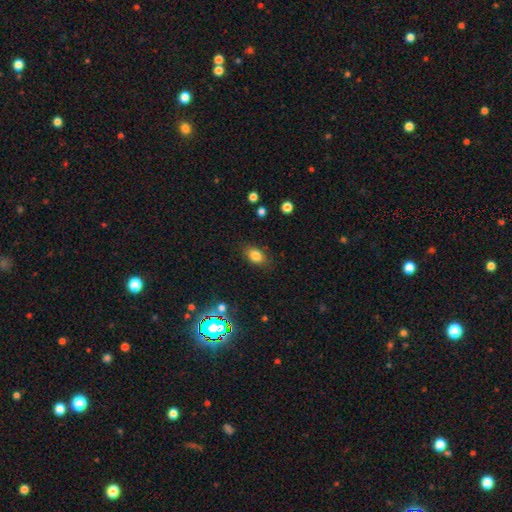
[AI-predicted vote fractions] A smooth galaxy with no disk features (80%) that is in between round and cigar-shaped (76%). Merging: none (82%).